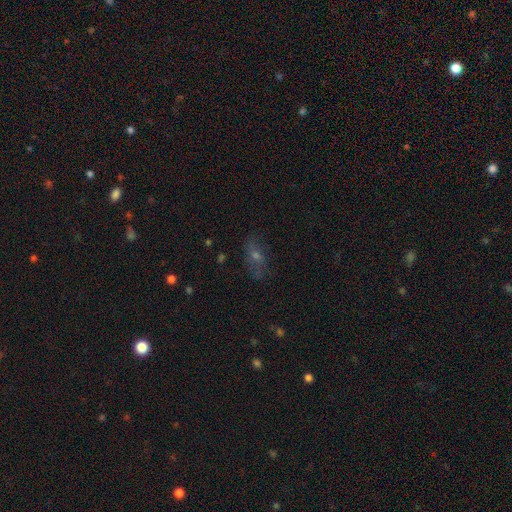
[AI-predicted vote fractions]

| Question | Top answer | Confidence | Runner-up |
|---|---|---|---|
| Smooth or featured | smooth | 37% | featured or disk (36%) |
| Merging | none | 73% | minor disturbance (17%) |